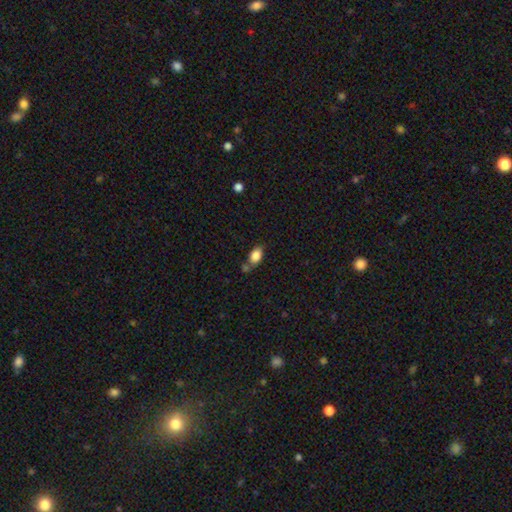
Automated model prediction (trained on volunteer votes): Morphology: type=smooth (84%); roundness=in between (88%); merging=none (58%).